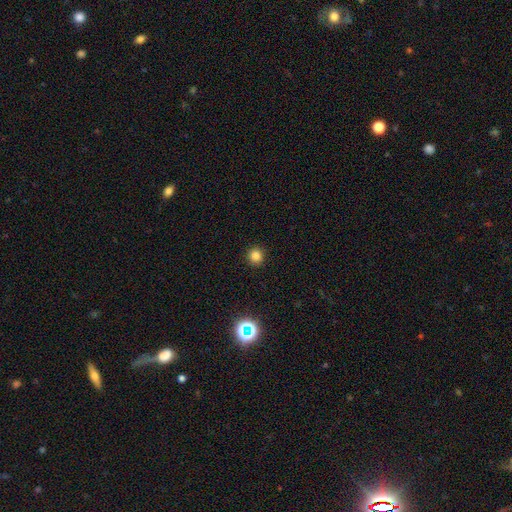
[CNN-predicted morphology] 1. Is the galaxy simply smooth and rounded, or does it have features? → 81% smooth, 14% star or artifact, 4% featured or disk.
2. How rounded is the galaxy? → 94% round, 5% in between, 1% cigar-shaped.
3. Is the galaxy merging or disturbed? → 93% none, 5% minor disturbance, 2% major disturbance, 1% merger.